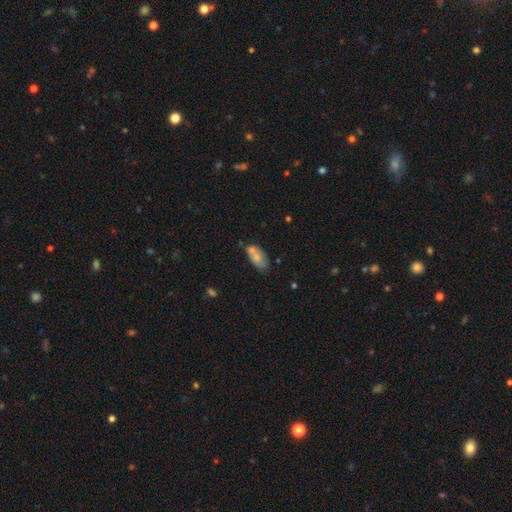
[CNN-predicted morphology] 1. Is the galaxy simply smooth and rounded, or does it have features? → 67% smooth, 25% featured or disk, 8% star or artifact.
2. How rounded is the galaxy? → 91% in between, 5% cigar-shaped, 4% round.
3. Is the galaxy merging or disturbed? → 46% none, 25% merger, 22% minor disturbance, 7% major disturbance.